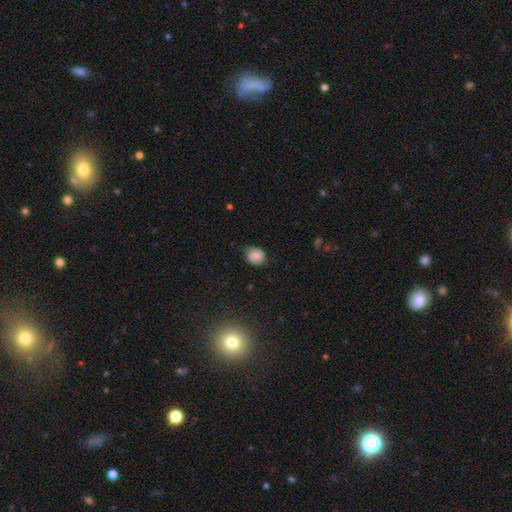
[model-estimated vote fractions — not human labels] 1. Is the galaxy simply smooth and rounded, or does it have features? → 72% smooth, 18% featured or disk, 10% star or artifact.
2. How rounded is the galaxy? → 71% round, 28% in between, 1% cigar-shaped.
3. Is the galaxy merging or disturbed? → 57% none, 33% minor disturbance, 8% major disturbance, 2% merger.